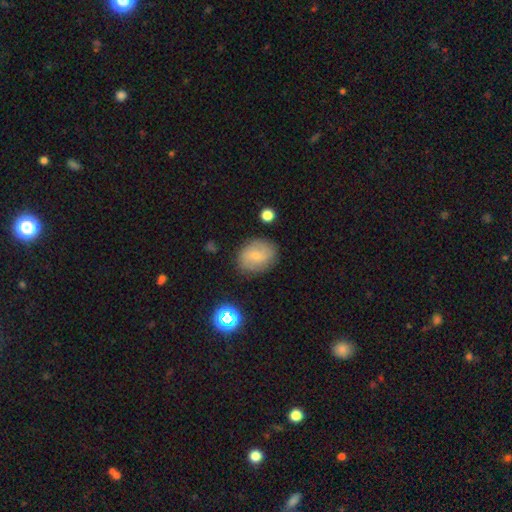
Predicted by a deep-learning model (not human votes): smooth-or-featured: smooth: 57% | featured or disk: 33% | star or artifact: 10%
  how-rounded: in between: 50% | round: 49% | cigar-shaped: 1%
  merging: none: 81% | minor disturbance: 13% | major disturbance: 4% | merger: 2%